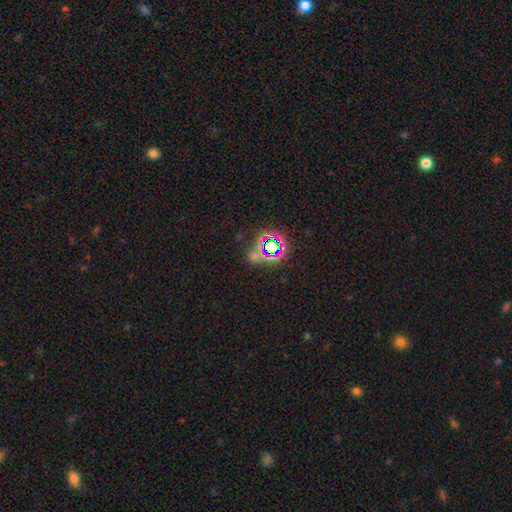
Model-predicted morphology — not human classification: The model was most divided on "smooth or featured": star or artifact: 63%, smooth: 27%, featured or disk: 10%.